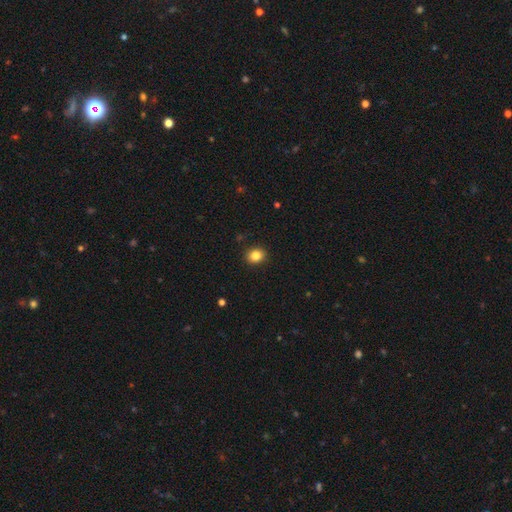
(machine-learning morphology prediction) A smooth galaxy with no disk features (85%) that is round (61%). Merging: none (90%).